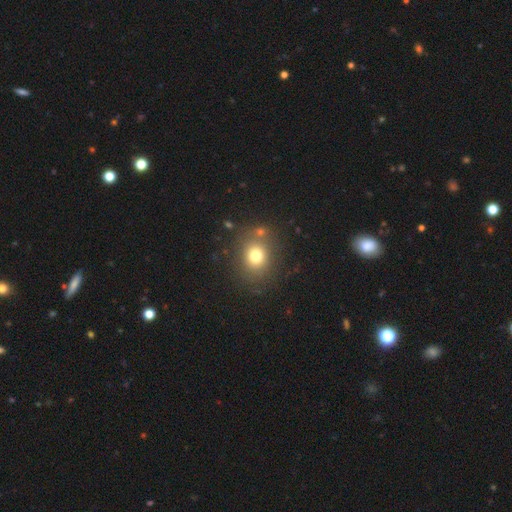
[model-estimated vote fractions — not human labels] Q: Smooth or featured?
A: smooth (74%); runner-up: star or artifact (14%)
Q: How rounded?
A: round (70%); runner-up: in between (29%)
Q: Merging?
A: none (78%); runner-up: minor disturbance (10%)